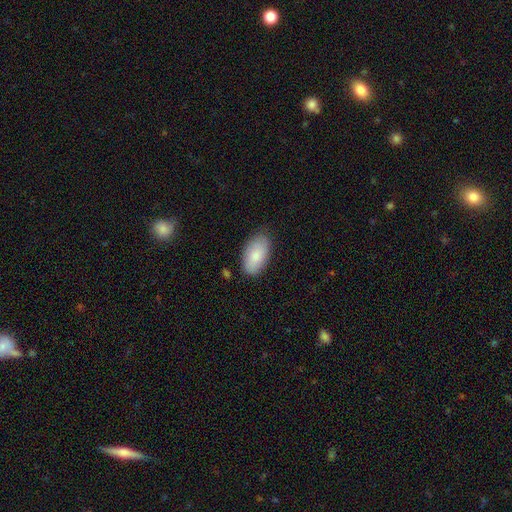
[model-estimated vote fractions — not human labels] Q: Smooth or featured?
A: smooth (84%); runner-up: featured or disk (11%)
Q: How rounded?
A: in between (94%); runner-up: round (3%)
Q: Merging?
A: none (79%); runner-up: minor disturbance (16%)